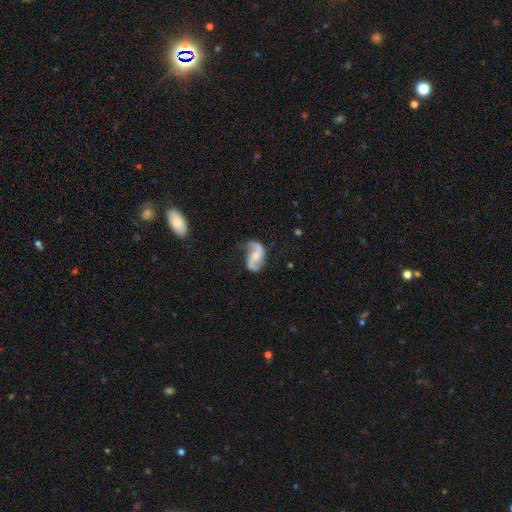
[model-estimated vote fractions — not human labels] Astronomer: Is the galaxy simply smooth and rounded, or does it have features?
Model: featured or disk — 86%.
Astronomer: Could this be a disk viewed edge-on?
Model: no — 98%.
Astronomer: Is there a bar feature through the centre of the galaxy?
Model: no — 52% (runner-up: weak, 34%).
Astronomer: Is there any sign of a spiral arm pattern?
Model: yes — 96%.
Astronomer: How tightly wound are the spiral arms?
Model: loose — 66%.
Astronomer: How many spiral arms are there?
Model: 2 — 91%.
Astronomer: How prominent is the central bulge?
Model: small — 49% (runner-up: moderate, 43%).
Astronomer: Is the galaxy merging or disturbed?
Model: none — 64%.